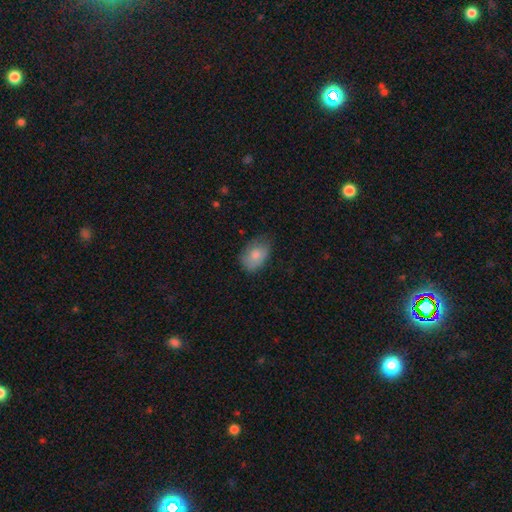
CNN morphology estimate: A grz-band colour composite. It shows a smooth galaxy with no disk features (77%) that is in between round and cigar-shaped (86%). Merging: none (62%).